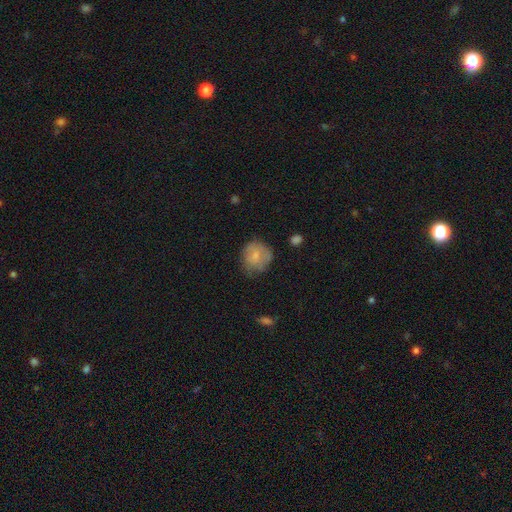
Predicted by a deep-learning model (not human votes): Overall: smooth (73%). How rounded: round (81%). Merging: none (63%; minor disturbance 27%).